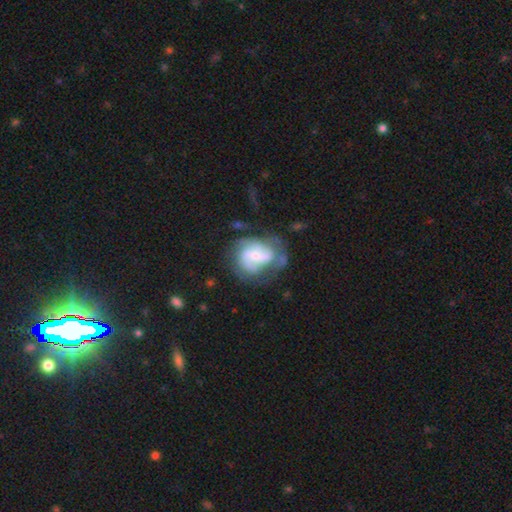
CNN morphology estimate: This appears to be a featured or disk galaxy (64%) with no bar (55%), spiral arms (72%) and a small central bulge (57%). Merging: none (41%).